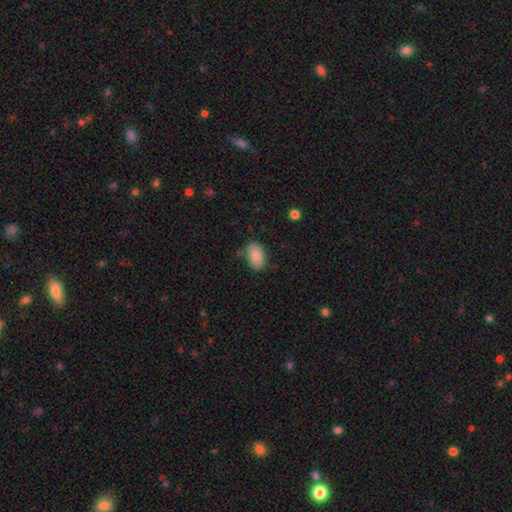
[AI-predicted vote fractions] A smooth galaxy with no disk features (84%) that is in between round and cigar-shaped (88%). Merging: none (77%).